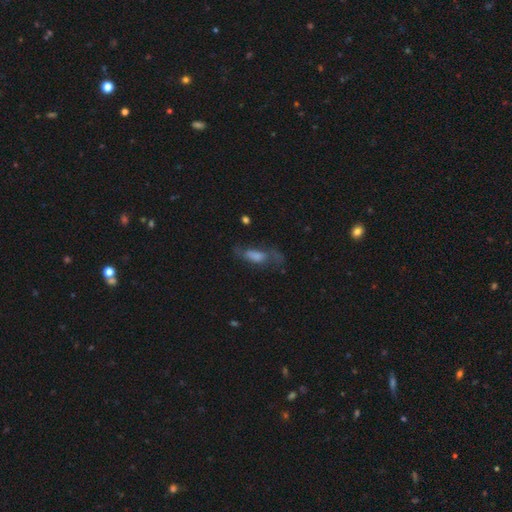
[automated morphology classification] Q: Smooth or featured?
A: featured or disk (49%); runner-up: smooth (35%)
Q: Merging?
A: none (55%); runner-up: major disturbance (21%)